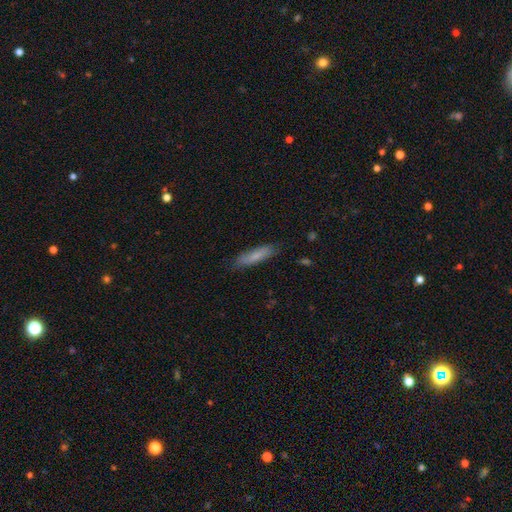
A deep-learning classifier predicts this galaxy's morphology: smooth 77%, featured or disk 17%, star or artifact 6%. Down the decision tree: how rounded — cigar-shaped (74%); merging — none (82%).